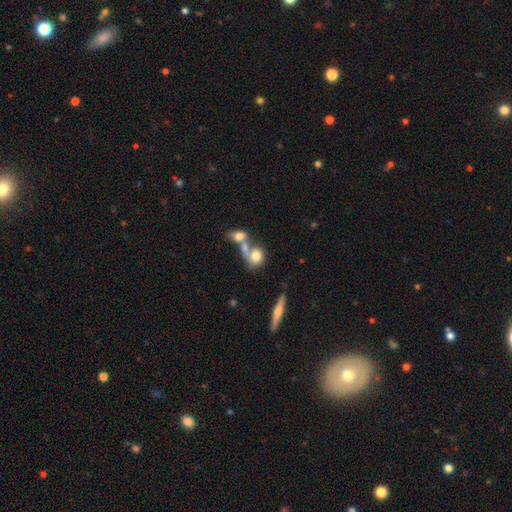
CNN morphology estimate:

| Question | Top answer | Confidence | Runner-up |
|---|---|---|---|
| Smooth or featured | smooth | 68% | featured or disk (23%) |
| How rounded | round | 58% | in between (37%) |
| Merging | merger | 60% | none (25%) |